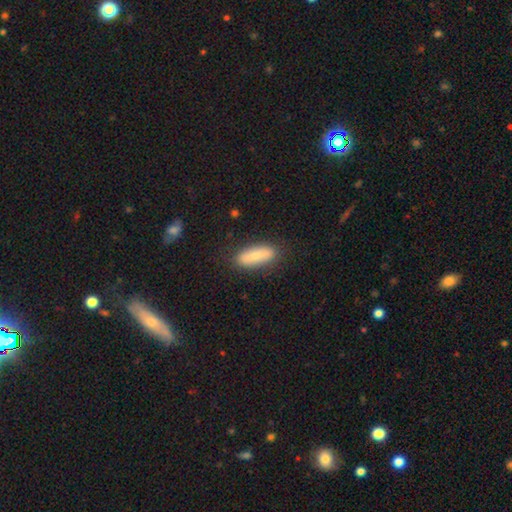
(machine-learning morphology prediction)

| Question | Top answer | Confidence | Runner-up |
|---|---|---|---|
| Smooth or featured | smooth | 72% | featured or disk (22%) |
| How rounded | in between | 67% | cigar-shaped (31%) |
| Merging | none | 84% | minor disturbance (12%) |